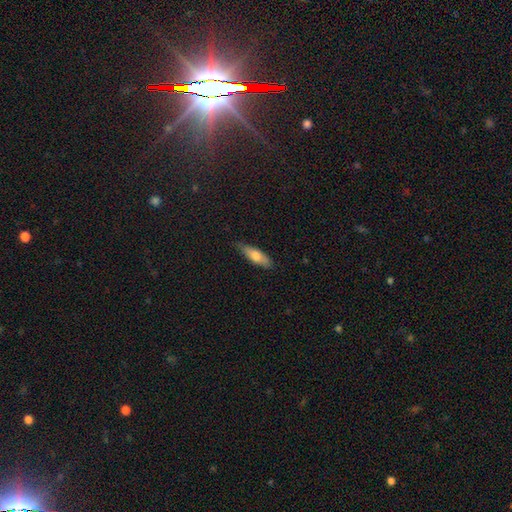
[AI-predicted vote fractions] Q: Smooth or featured?
A: smooth (69%); runner-up: featured or disk (24%)
Q: How rounded?
A: in between (53%); runner-up: cigar-shaped (44%)
Q: Merging?
A: none (77%); runner-up: minor disturbance (19%)